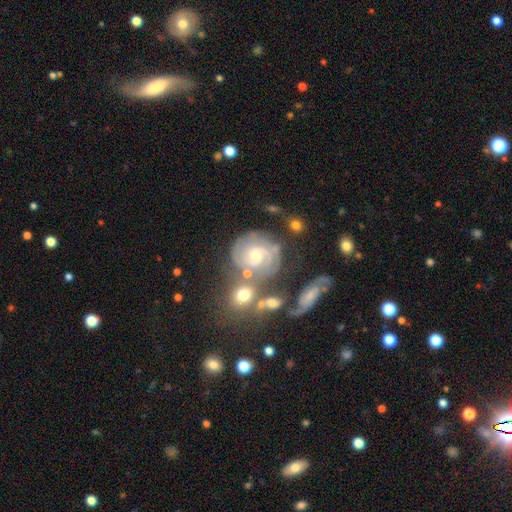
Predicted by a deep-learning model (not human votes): Smooth or featured? Predicted: featured or disk (p=0.78). Edge-on disk? Predicted: no (p=0.97). Bar? Predicted: no (p=0.62). Spiral arms? Predicted: yes (p=0.93). Spiral winding? Predicted: tight (p=0.63). Spiral arm count? Predicted: 2 (p=0.38). Bulge size? Predicted: moderate (p=0.54). Merging? Predicted: none (p=0.53).